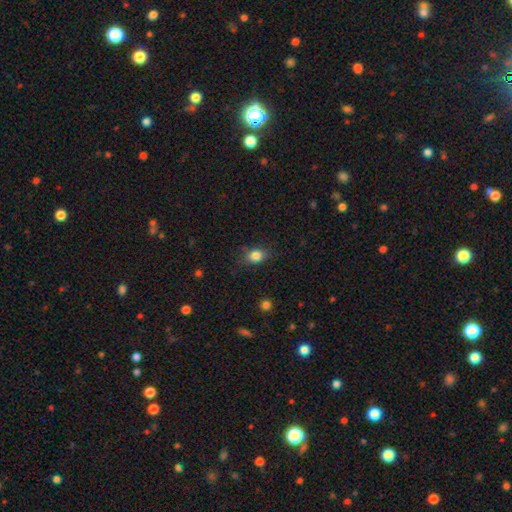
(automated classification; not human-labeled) A smooth galaxy with no disk features (83%) that is in between round and cigar-shaped (60%). Merging: none (78%).